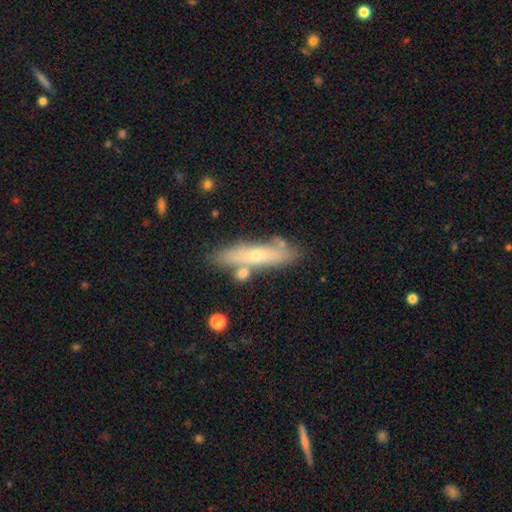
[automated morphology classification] A smooth galaxy with no disk features (51%) that is cigar-shaped (76%).

Vote fractions:
- Smooth or featured? smooth: 51% / featured or disk: 42% / star or artifact: 7%
- How rounded? cigar-shaped: 76% / in between: 21% / round: 2%
- Merging? none: 71% / minor disturbance: 14% / merger: 11% / major disturbance: 4%